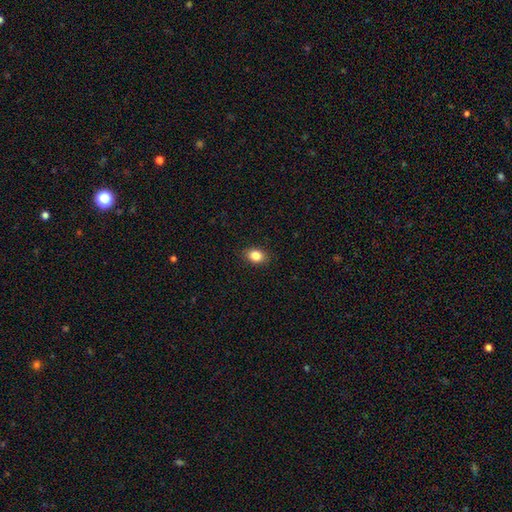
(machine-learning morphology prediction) smooth 85%, star or artifact 9%, featured or disk 6%. Down the decision tree: how rounded — in between (72%); merging — none (88%).